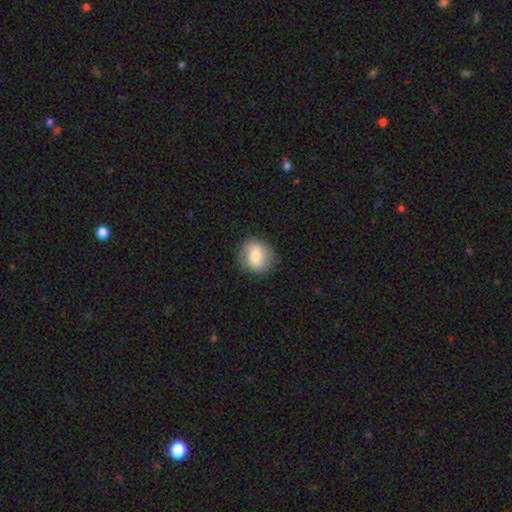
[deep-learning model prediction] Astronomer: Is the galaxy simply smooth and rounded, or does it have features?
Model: smooth — 70%.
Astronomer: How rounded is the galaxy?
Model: round — 78%.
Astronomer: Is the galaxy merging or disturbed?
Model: none — 83%.